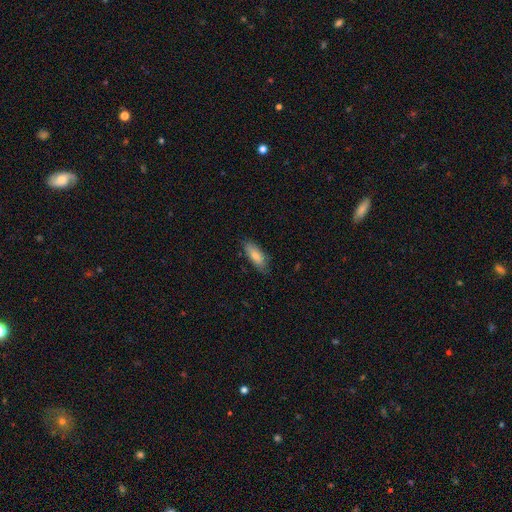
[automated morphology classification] Overall: smooth (81%). How rounded: in between (73%). Merging: none (77%).